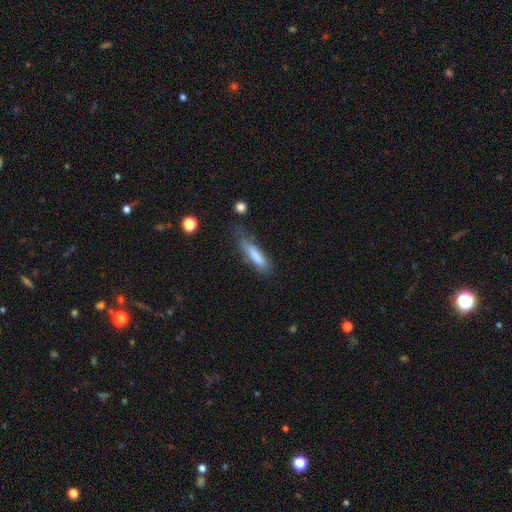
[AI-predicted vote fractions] smooth 79%, featured or disk 14%, star or artifact 7%. Down the decision tree: how rounded — cigar-shaped (74%); merging — none (50%).